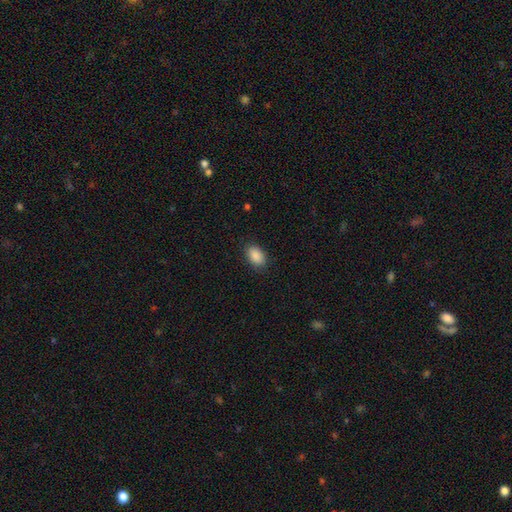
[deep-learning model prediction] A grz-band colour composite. It shows a smooth galaxy with no disk features (89%) that is in between round and cigar-shaped (89%). Merging: none (87%).